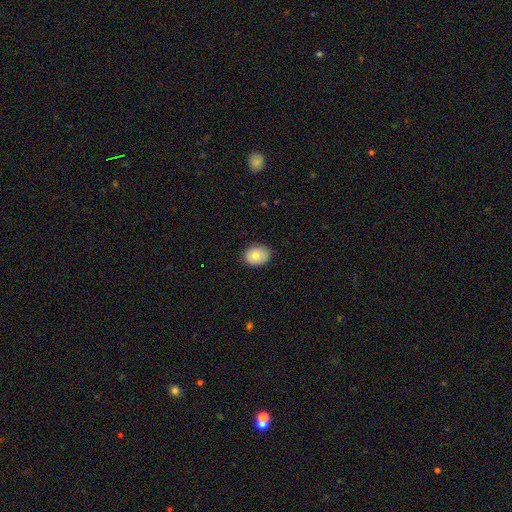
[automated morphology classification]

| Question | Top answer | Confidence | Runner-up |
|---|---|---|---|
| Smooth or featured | smooth | 76% | featured or disk (15%) |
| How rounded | in between | 60% | round (39%) |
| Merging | none | 85% | minor disturbance (12%) |